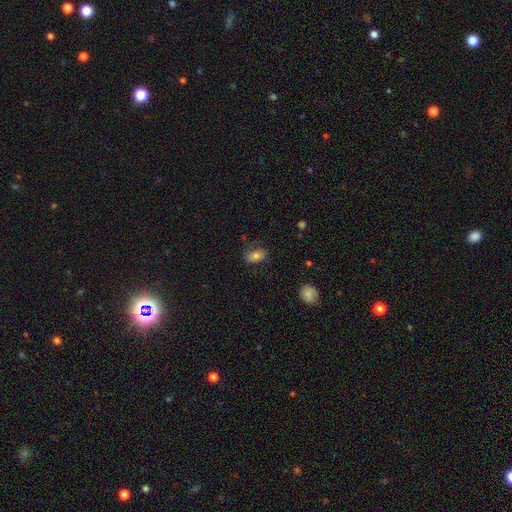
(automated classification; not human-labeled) A smooth galaxy with no disk features (72%) that is in between round and cigar-shaped (86%).

Vote fractions:
- Smooth or featured? smooth: 72% / featured or disk: 18% / star or artifact: 10%
- How rounded? in between: 86% / round: 12% / cigar-shaped: 2%
- Merging? none: 66% / minor disturbance: 22% / major disturbance: 10% / merger: 2%